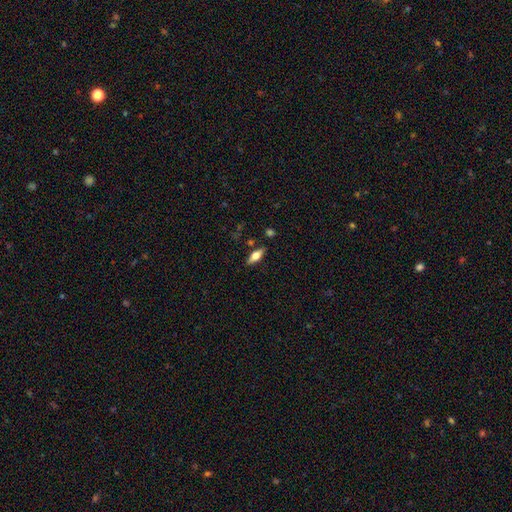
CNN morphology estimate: Smooth or featured? smooth (50%)
Merging? none (84%)